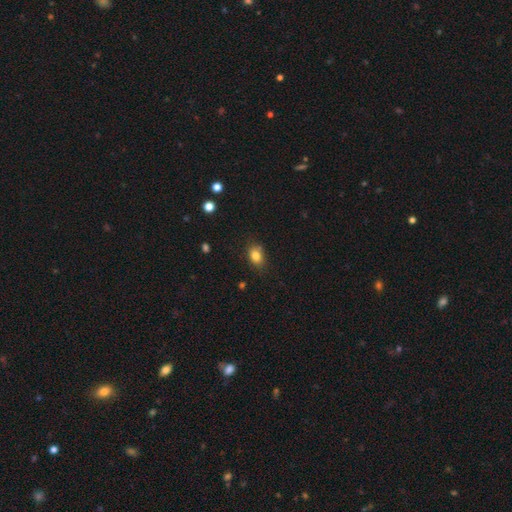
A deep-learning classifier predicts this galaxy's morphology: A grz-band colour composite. It shows a smooth galaxy with no disk features (82%) that is in between round and cigar-shaped (69%). Merging: none (76%).